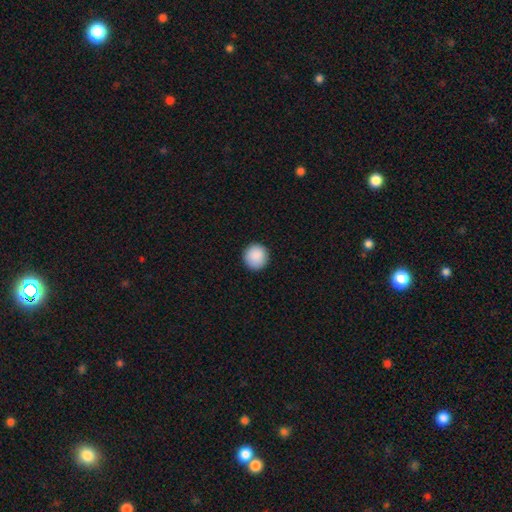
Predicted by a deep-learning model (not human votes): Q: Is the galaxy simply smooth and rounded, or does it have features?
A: smooth — 90%.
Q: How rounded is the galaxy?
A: round — 93%.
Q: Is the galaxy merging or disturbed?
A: none — 92%.